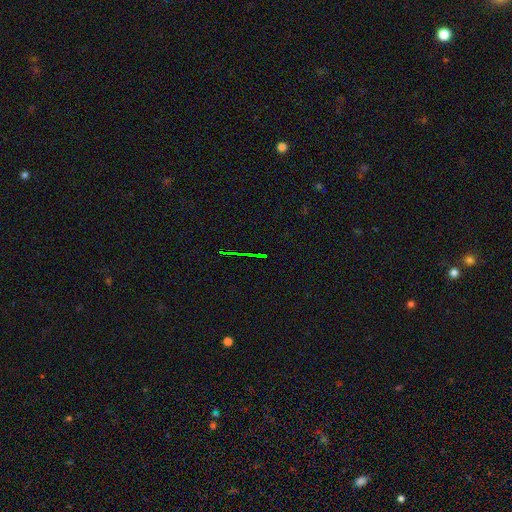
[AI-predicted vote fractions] smooth_or_featured: star or artifact (p=0.77) [alt: featured or disk p=0.12]